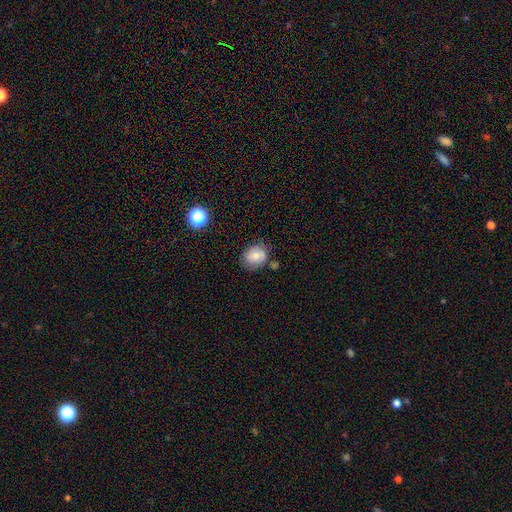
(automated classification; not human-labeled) smooth-or-featured: smooth: 60% | featured or disk: 30% | star or artifact: 10%
  how-rounded: round: 55% | in between: 44% | cigar-shaped: 1%
  merging: none: 67% | minor disturbance: 21% | merger: 6% | major disturbance: 5%